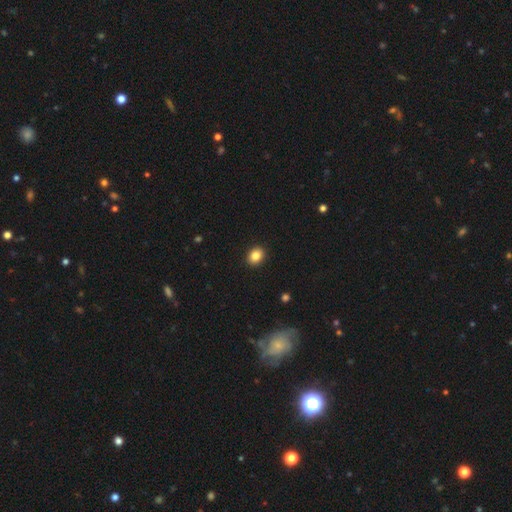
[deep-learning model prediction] smooth 85%, star or artifact 10%, featured or disk 5%. Down the decision tree: how rounded — round (50%); merging — none (92%).